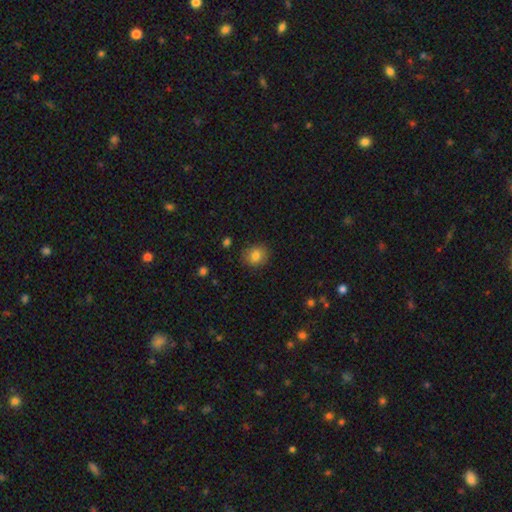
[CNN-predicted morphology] This is clearly a smooth galaxy (81%). How rounded: likely round (64%). Merging: clearly none (86%).